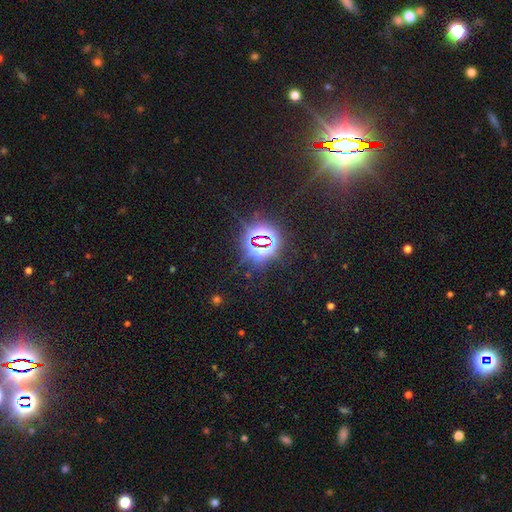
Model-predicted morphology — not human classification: star or artifact 82%, smooth 10%, featured or disk 7%.